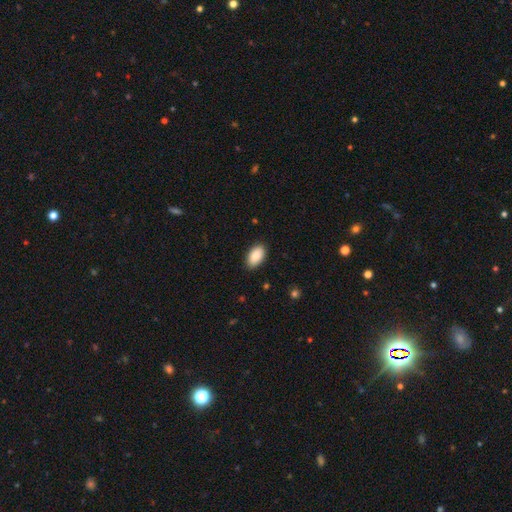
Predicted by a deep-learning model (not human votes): This appears to be a smooth galaxy with no disk features (89%) that is in between round and cigar-shaped (95%). Merging: none (87%).